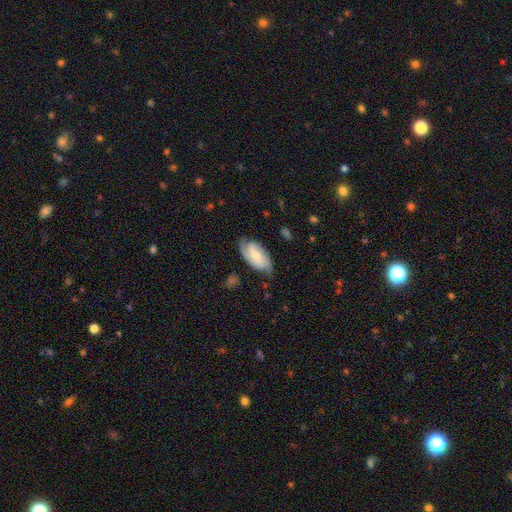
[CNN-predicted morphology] Smooth or featured?
  - featured or disk: 74% *
  - smooth: 20%
  - star or artifact: 6%
Edge-on disk?
  - no: 94% *
  - yes: 6%
Bar?
  - weak: 43% *
  - no: 32%
  - strong: 26%
Spiral arms?
  - yes: 94% *
  - no: 6%
Spiral winding?
  - tight: 43% *
  - medium: 41%
  - loose: 16%
Spiral arm count?
  - 2: 76% *
  - can't tell: 10%
  - 1: 8%
  - 3: 4%
  - 4: 1%
  - more than 4: 1%
Bulge size?
  - small: 53% *
  - moderate: 39%
  - none: 4%
  - large: 3%
  - dominant: 1%
Merging?
  - none: 71% *
  - minor disturbance: 21%
  - major disturbance: 7%
  - merger: 1%